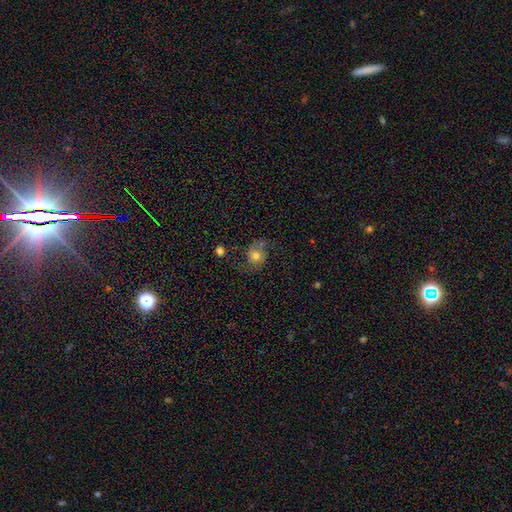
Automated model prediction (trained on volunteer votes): smooth_or_featured: featured or disk (p=0.51) [alt: smooth p=0.38]
disk_edge_on: no (p=0.97) [alt: yes p=0.03]
merging: none (p=0.65) [alt: minor disturbance p=0.20]